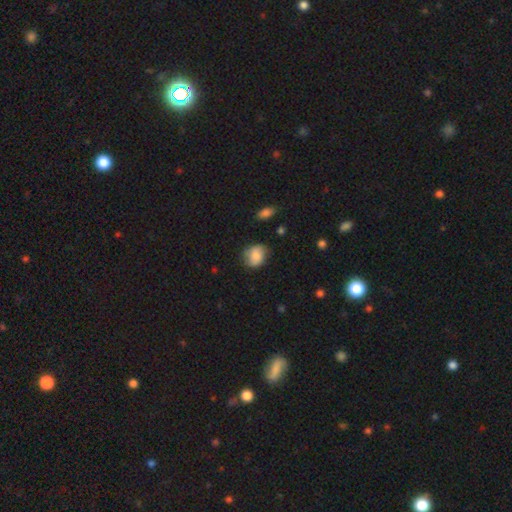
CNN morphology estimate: Q: Smooth or featured?
A: smooth (76%); runner-up: featured or disk (16%)
Q: How rounded?
A: round (53%); runner-up: in between (45%)
Q: Merging?
A: none (68%); runner-up: minor disturbance (24%)